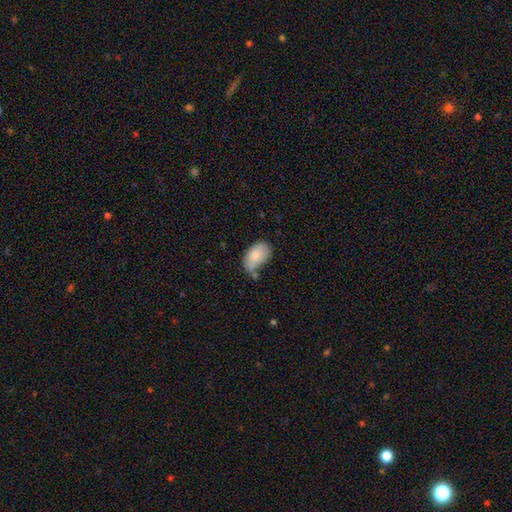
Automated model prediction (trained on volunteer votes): Overall: smooth (83%). How rounded: in between (93%). Merging: none (54%; minor disturbance 30%).